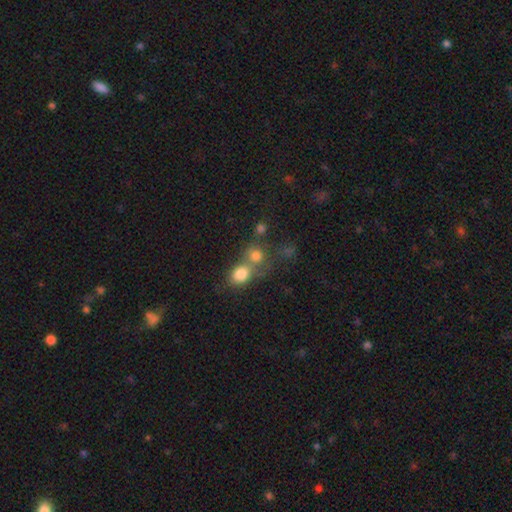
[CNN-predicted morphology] smooth_or_featured: smooth (p=0.77) [alt: star or artifact p=0.13]
how_rounded: round (p=0.77) [alt: in between p=0.22]
merging: merger (p=0.48) [alt: none p=0.40]